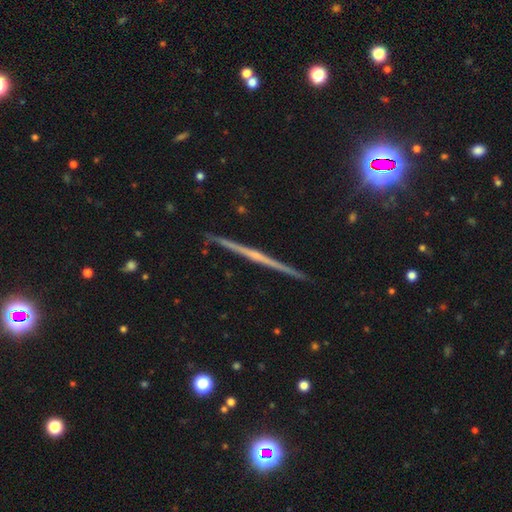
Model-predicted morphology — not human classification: Smooth or featured? featured or disk (75%)
Edge-on disk? yes (98%)
Edge-on bulge? none (47%)
Merging? none (91%)